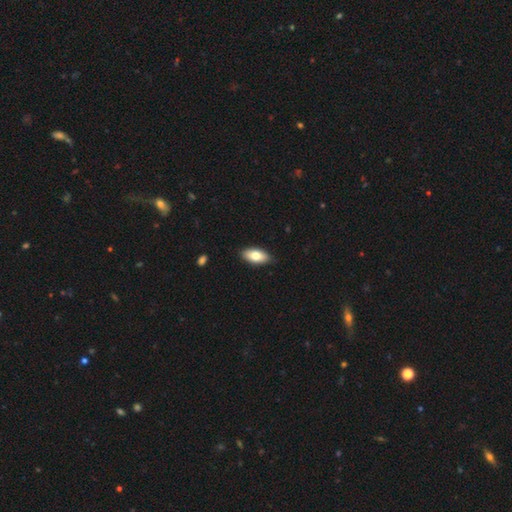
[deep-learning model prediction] This is likely a smooth galaxy (76%). How rounded: clearly in between (91%). Merging: clearly none (87%).